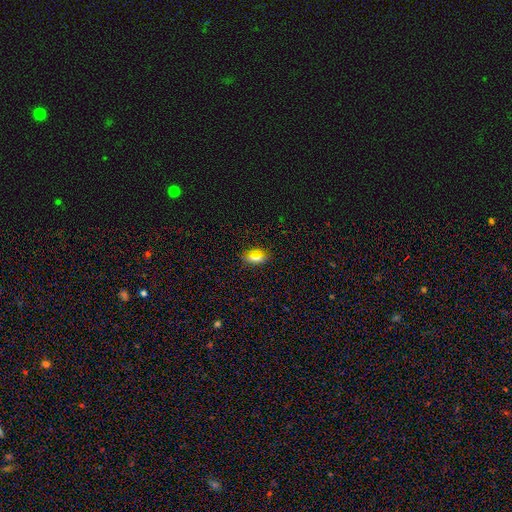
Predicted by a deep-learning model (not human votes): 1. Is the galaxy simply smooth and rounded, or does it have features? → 61% smooth, 23% star or artifact, 17% featured or disk.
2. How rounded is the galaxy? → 68% in between, 24% round, 8% cigar-shaped.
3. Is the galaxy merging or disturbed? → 86% none, 10% minor disturbance, 3% major disturbance, 2% merger.